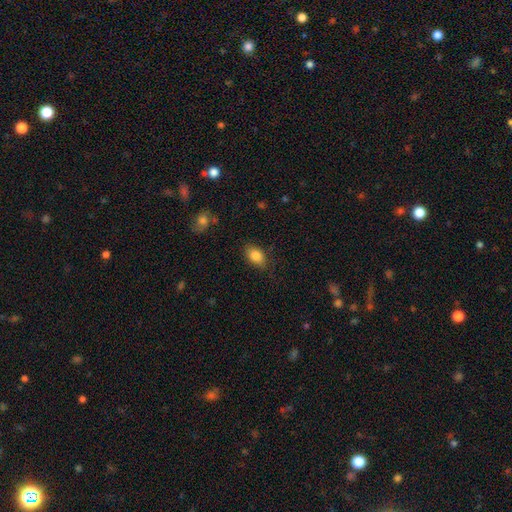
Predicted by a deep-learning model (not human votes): Q: Smooth or featured?
A: smooth (86%); runner-up: star or artifact (8%)
Q: How rounded?
A: in between (85%); runner-up: round (13%)
Q: Merging?
A: none (78%); runner-up: minor disturbance (16%)